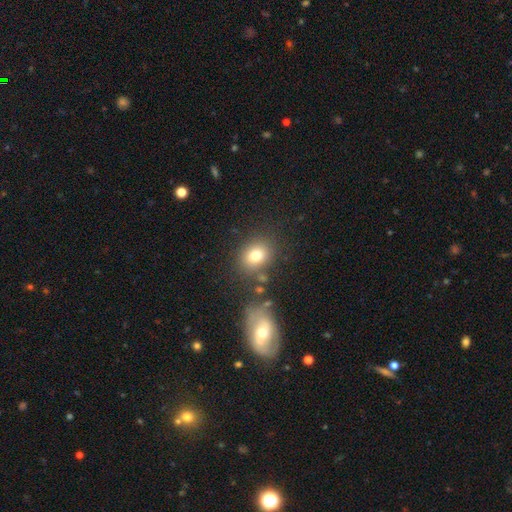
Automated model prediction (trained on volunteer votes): Smooth or featured? Predicted: smooth (p=0.77). How rounded? Predicted: round (p=0.56). Merging? Predicted: none (p=0.76).